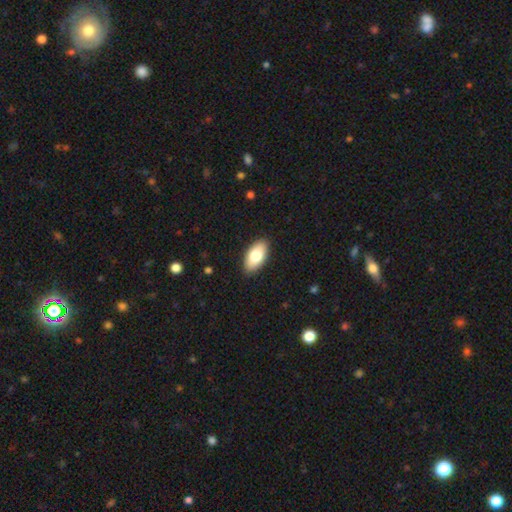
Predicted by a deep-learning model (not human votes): smooth_or_featured: smooth (p=0.79) [alt: featured or disk p=0.15]
how_rounded: in between (p=0.94) [alt: cigar-shaped p=0.03]
merging: none (p=0.89) [alt: minor disturbance p=0.08]